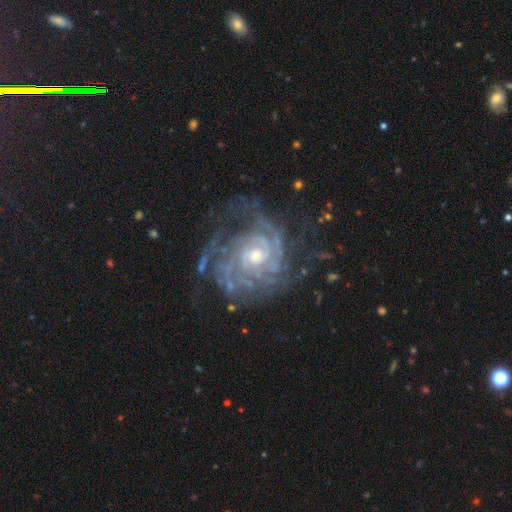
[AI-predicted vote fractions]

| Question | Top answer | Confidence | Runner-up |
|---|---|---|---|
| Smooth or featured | featured or disk | 89% | star or artifact (6%) |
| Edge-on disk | no | 97% | yes (3%) |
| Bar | no | 68% | weak (24%) |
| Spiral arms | yes | 97% | no (3%) |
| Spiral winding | tight | 75% | medium (21%) |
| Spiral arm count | can't tell | 32% | 2 (17%) |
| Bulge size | moderate | 53% | small (42%) |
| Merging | none | 65% | minor disturbance (19%) |